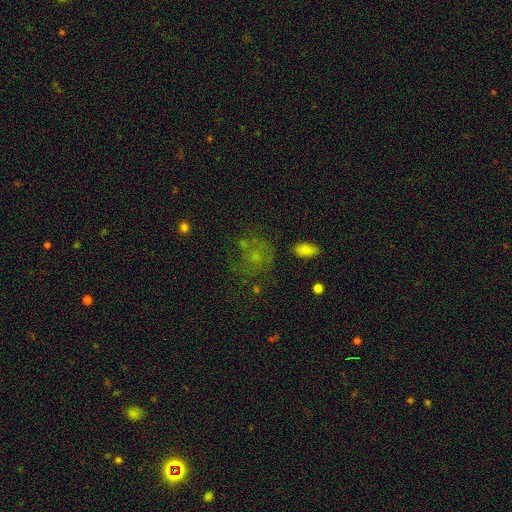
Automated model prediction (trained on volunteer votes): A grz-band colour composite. It shows a smooth galaxy with no disk features (40%). Merging: none (51%).